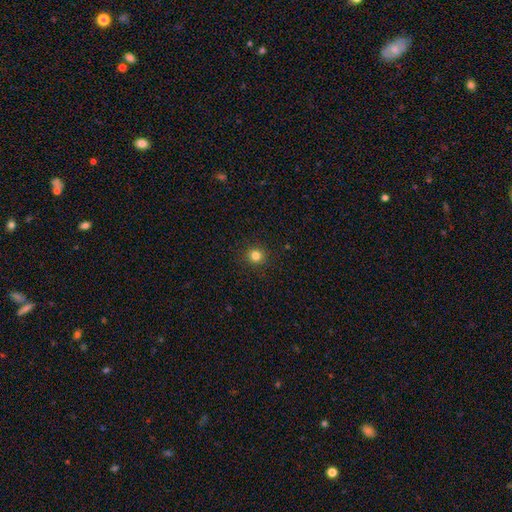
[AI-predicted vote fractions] Smooth or featured: smooth — 82% (star or artifact — 13%)
How rounded: round — 94% (in between — 5%)
Merging: none — 92% (minor disturbance — 5%)